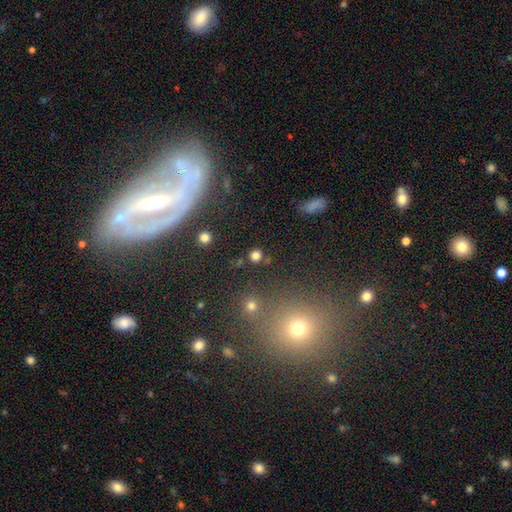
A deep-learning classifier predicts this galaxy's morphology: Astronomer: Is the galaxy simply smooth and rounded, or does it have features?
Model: smooth — 76%.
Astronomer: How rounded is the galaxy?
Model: round — 91%.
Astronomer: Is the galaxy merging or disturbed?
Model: none — 86%.